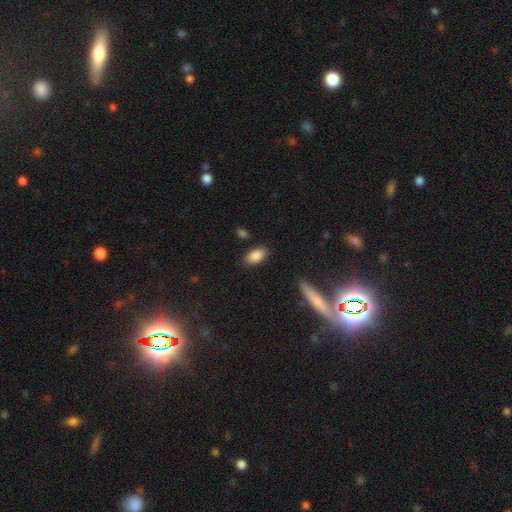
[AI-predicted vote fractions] Smooth or featured? smooth (87%)
How rounded? in between (92%)
Merging? none (85%)